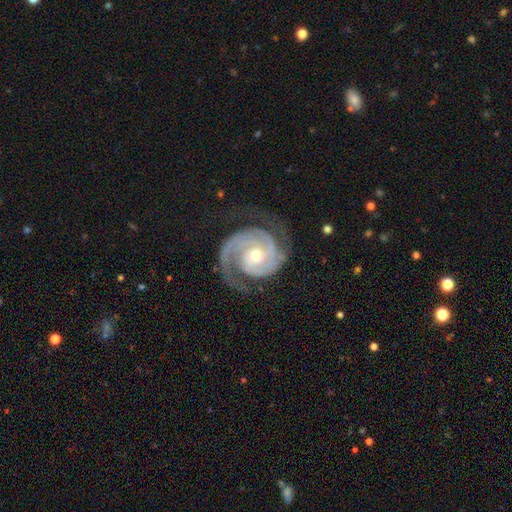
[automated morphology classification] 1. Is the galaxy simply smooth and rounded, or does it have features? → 93% featured or disk, 4% star or artifact, 4% smooth.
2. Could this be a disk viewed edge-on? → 98% no, 2% yes.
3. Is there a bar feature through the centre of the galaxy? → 67% no, 25% weak, 8% strong.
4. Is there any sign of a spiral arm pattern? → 99% yes, 1% no.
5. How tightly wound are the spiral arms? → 69% tight, 27% medium, 4% loose.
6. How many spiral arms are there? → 74% 2, 12% 3, 5% can't tell, 4% 1, 2% 4, 2% more than 4.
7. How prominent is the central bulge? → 55% moderate, 40% small, 3% large, 1% none, 1% dominant.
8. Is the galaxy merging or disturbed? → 74% none, 16% minor disturbance, 9% major disturbance, 1% merger.